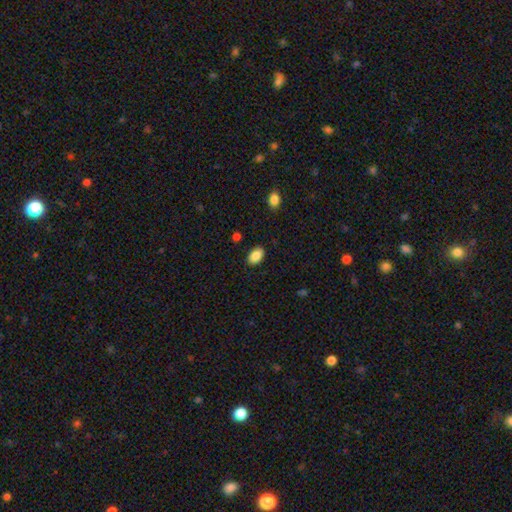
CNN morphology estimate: smooth-or-featured: smooth: 87% | star or artifact: 8% | featured or disk: 5%
  how-rounded: in between: 88% | round: 11% | cigar-shaped: 1%
  merging: none: 88% | minor disturbance: 9% | major disturbance: 2% | merger: 1%